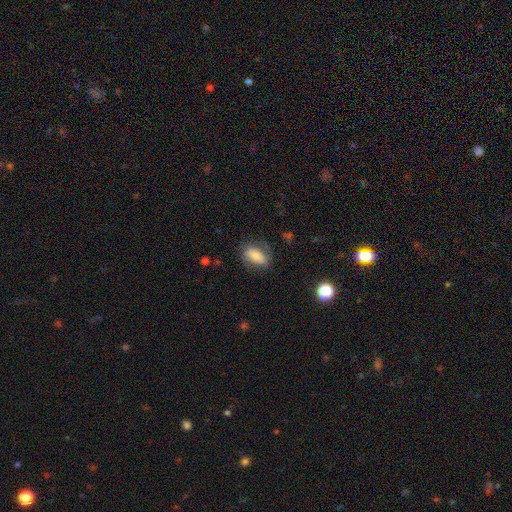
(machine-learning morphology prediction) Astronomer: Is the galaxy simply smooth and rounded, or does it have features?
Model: smooth — 71%.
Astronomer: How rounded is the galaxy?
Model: in between — 86%.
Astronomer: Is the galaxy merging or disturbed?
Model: none — 65%.